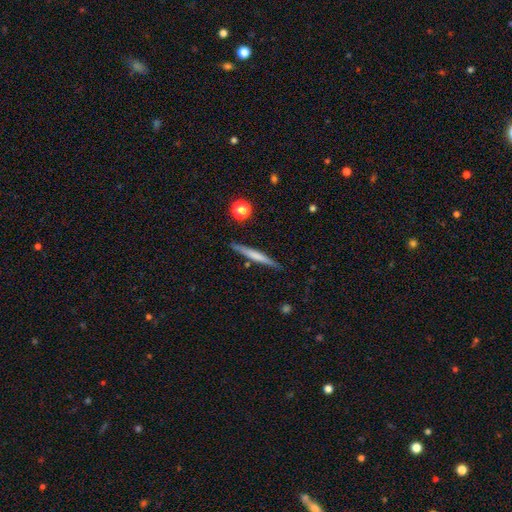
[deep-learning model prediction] Smooth or featured? Predicted: smooth (p=0.54). How rounded? Predicted: cigar-shaped (p=0.95). Merging? Predicted: none (p=0.87).